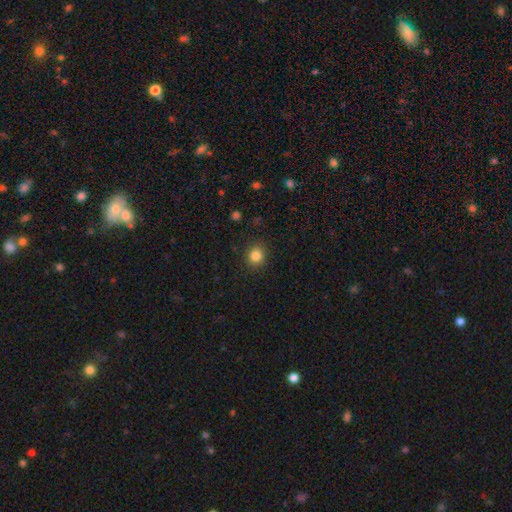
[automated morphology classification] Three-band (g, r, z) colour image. It shows a smooth galaxy with no disk features (84%) that is round (82%). Merging: none (89%).